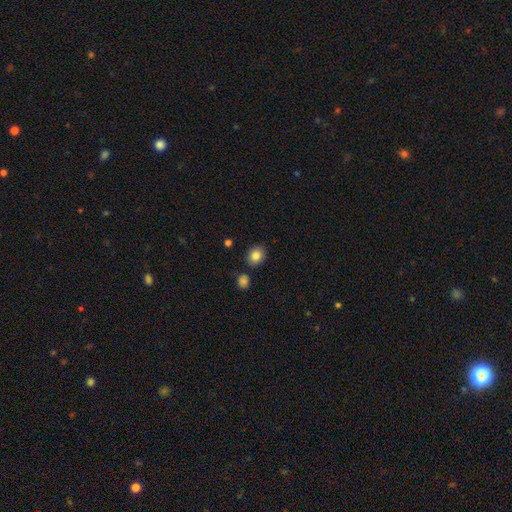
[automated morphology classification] Overall: smooth (83%). How rounded: round (53%; in between 46%). Merging: none (84%).